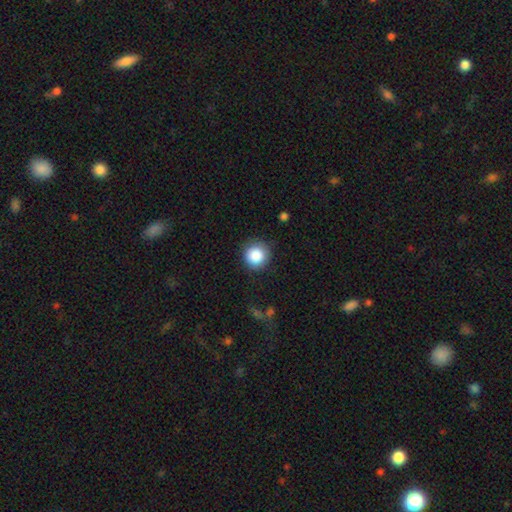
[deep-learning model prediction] Smooth or featured? Predicted: smooth (p=0.86). How rounded? Predicted: round (p=0.94). Merging? Predicted: none (p=0.85).